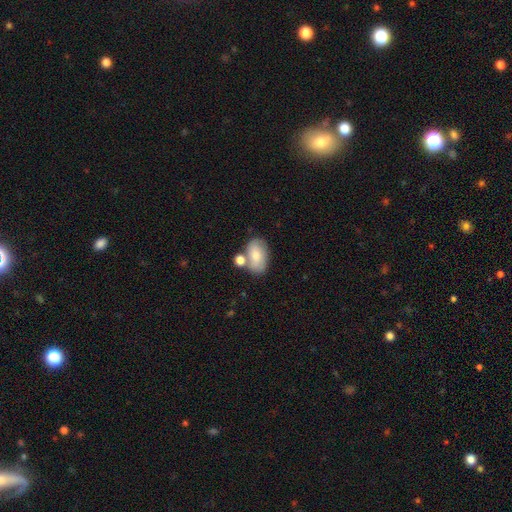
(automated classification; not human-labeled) Smooth or featured? smooth (71%)
How rounded? in between (89%)
Merging? none (53%)